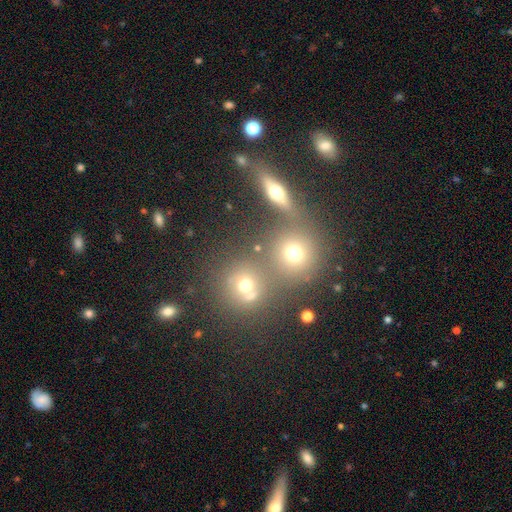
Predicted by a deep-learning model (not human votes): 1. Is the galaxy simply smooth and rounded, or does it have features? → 51% smooth, 28% star or artifact, 20% featured or disk.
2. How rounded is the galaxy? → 79% round, 17% in between, 5% cigar-shaped.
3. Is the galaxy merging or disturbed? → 61% none, 27% merger, 8% minor disturbance, 4% major disturbance.